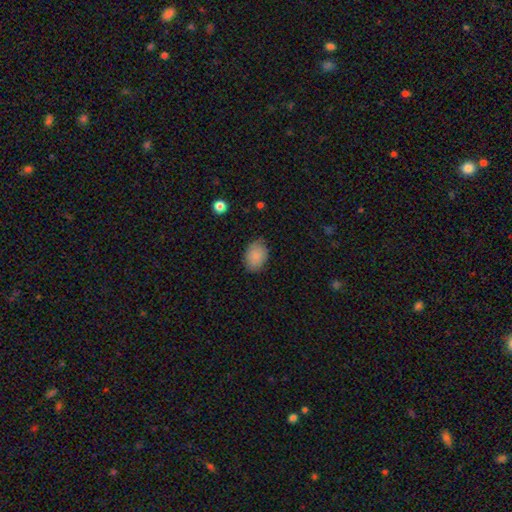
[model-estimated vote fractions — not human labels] smooth_or_featured: smooth (p=0.83) [alt: featured or disk p=0.10]
how_rounded: in between (p=0.77) [alt: round p=0.22]
merging: none (p=0.75) [alt: minor disturbance p=0.20]